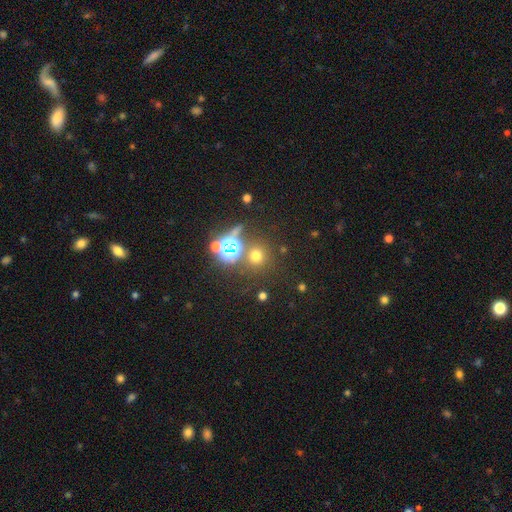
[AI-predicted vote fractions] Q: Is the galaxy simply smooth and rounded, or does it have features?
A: smooth — 57%.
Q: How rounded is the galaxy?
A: round — 91%.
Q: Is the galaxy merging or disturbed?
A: none — 79%.